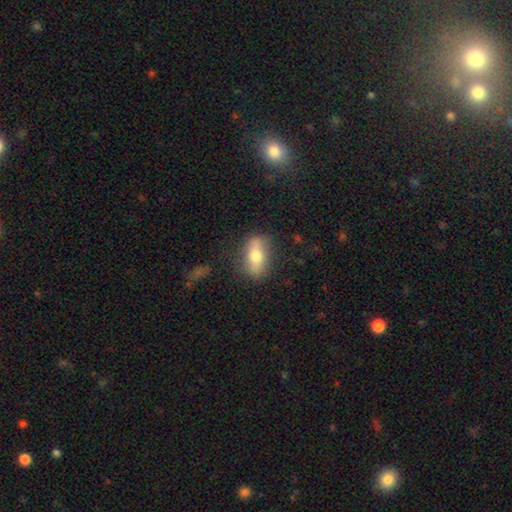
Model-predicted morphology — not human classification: smooth 61%, featured or disk 32%, star or artifact 7%. Down the decision tree: how rounded — in between (74%); merging — none (79%).